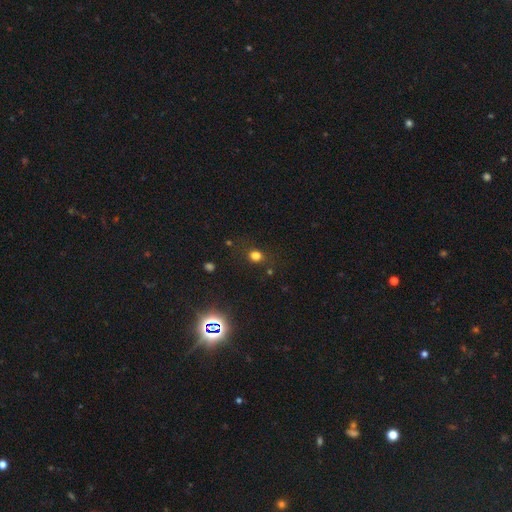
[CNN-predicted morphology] type=smooth (72%); roundness=round (69%); merging=none (78%).